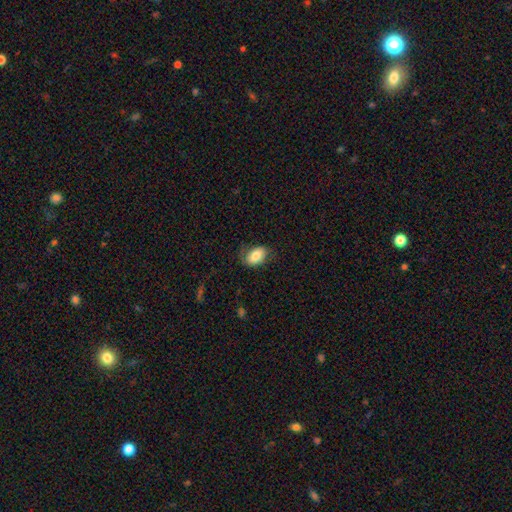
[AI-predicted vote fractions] Overall: smooth (77%). How rounded: in between (88%). Merging: none (66%).